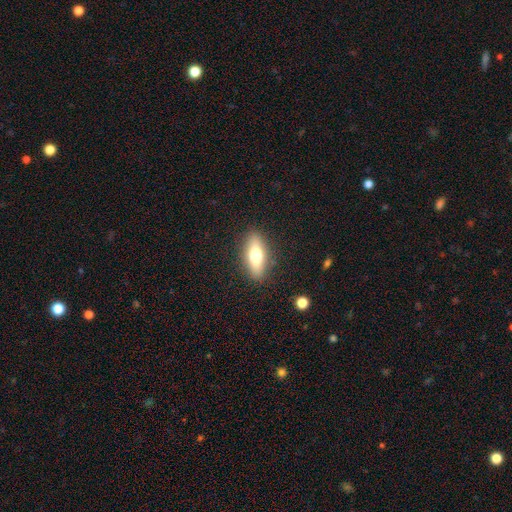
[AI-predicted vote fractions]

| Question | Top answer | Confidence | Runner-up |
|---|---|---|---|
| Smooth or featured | smooth | 66% | featured or disk (27%) |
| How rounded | in between | 65% | cigar-shaped (31%) |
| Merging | none | 87% | minor disturbance (9%) |